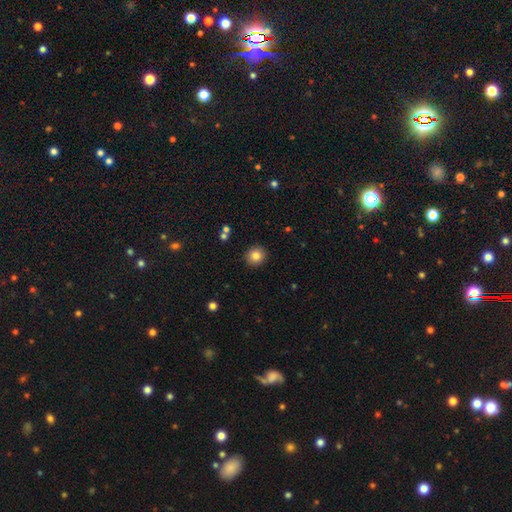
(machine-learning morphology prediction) smooth_or_featured: smooth (p=0.83) [alt: star or artifact p=0.10]
how_rounded: round (p=0.90) [alt: in between p=0.09]
merging: none (p=0.91) [alt: minor disturbance p=0.06]